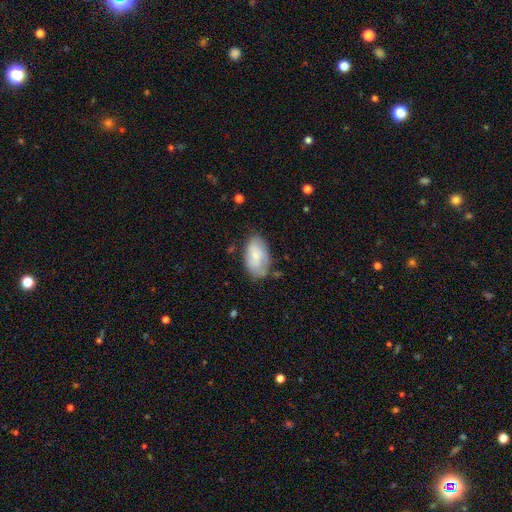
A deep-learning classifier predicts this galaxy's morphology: type=smooth (68%); roundness=in between (94%); merging=none (62%).